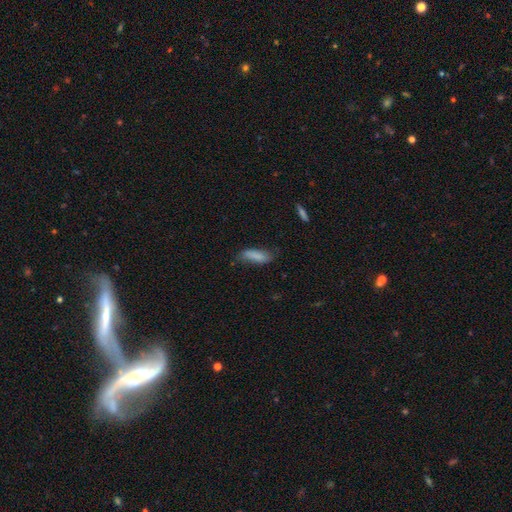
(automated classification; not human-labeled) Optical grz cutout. It shows a smooth galaxy with no disk features (83%) that is in between round and cigar-shaped (57%). Merging: none (61%).